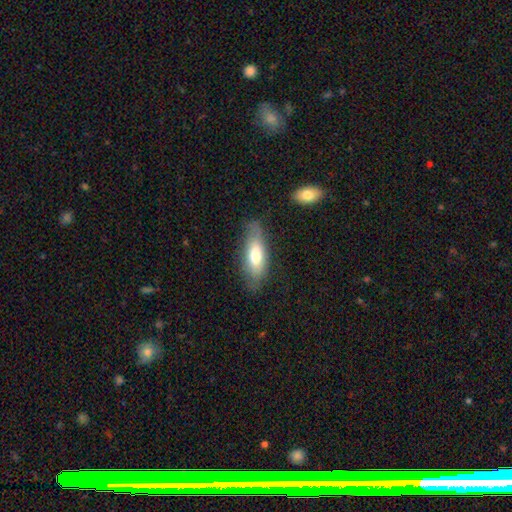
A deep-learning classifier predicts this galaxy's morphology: This appears to be a smooth galaxy with no disk features (68%) that is in between round and cigar-shaped (74%). Merging: none (66%).